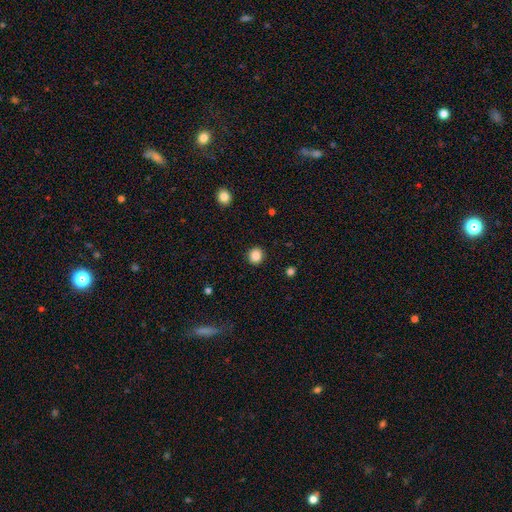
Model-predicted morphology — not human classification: This is clearly a smooth galaxy (87%). How rounded: clearly round (87%). Merging: clearly none (91%).